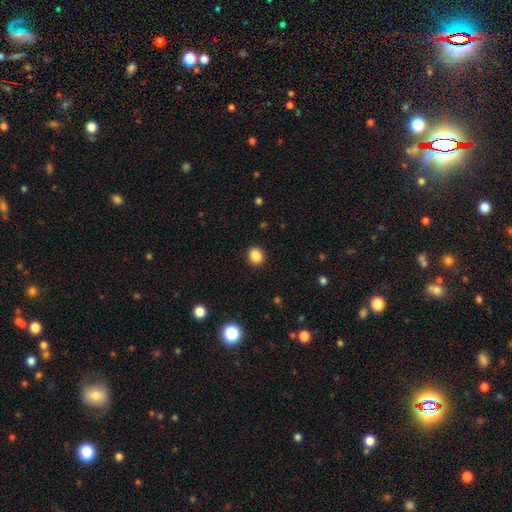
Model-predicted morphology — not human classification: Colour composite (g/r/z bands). It shows a smooth galaxy with no disk features (87%) that is round (72%). Merging: none (91%).